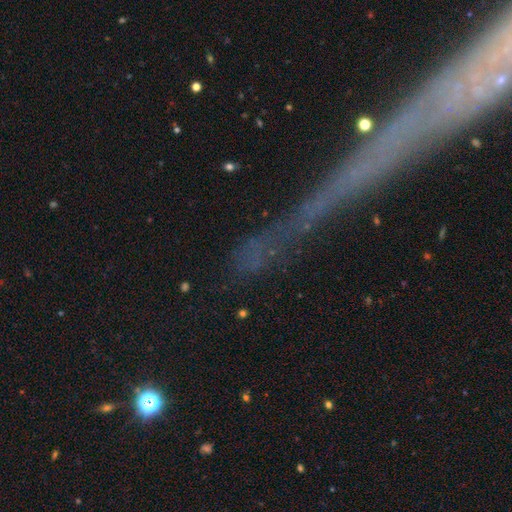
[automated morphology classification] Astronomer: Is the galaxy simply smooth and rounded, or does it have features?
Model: star or artifact — 51%.